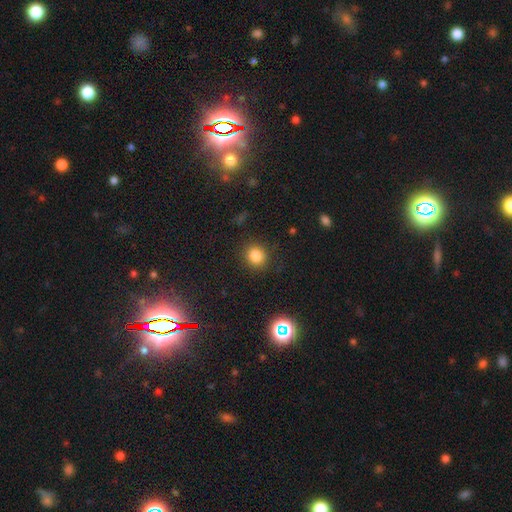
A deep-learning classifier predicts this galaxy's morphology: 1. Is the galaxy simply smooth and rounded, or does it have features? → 83% smooth, 13% star or artifact, 5% featured or disk.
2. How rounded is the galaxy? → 85% round, 14% in between, 1% cigar-shaped.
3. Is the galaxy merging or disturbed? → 87% none, 9% minor disturbance, 3% major disturbance, 1% merger.